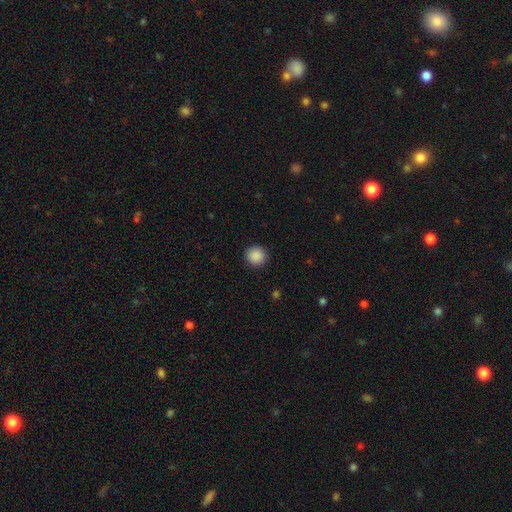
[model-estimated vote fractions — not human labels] Smooth or featured? Predicted: smooth (p=0.89). How rounded? Predicted: round (p=0.93). Merging? Predicted: none (p=0.91).